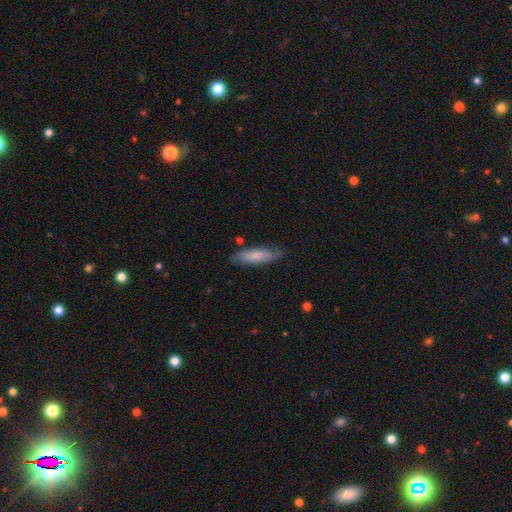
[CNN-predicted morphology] This is likely a smooth galaxy (65%). How rounded: likely cigar-shaped (60%). Merging: likely none (75%).